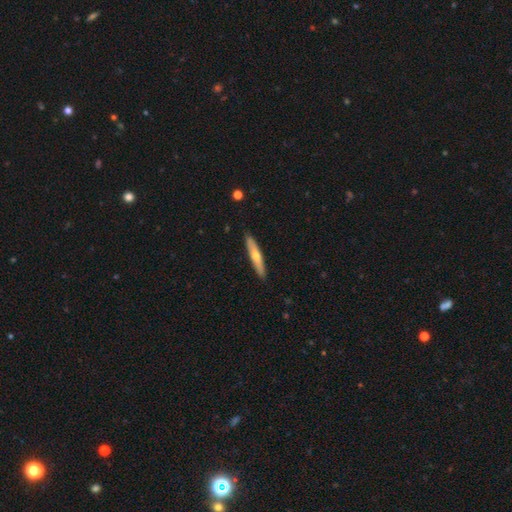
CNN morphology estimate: The model was most divided on "smooth or featured": smooth: 53%, featured or disk: 42%, star or artifact: 5%. More confident: merging — none (90%); how rounded — cigar-shaped (89%).